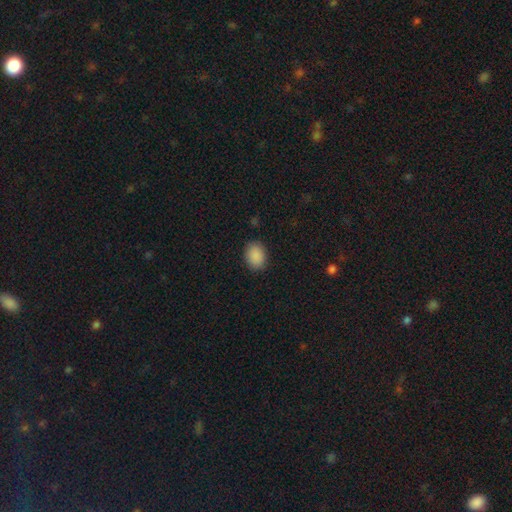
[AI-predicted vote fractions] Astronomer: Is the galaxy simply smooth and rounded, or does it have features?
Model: smooth — 89%.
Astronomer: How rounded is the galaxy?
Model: in between — 64%.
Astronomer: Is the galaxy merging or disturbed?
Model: none — 86%.